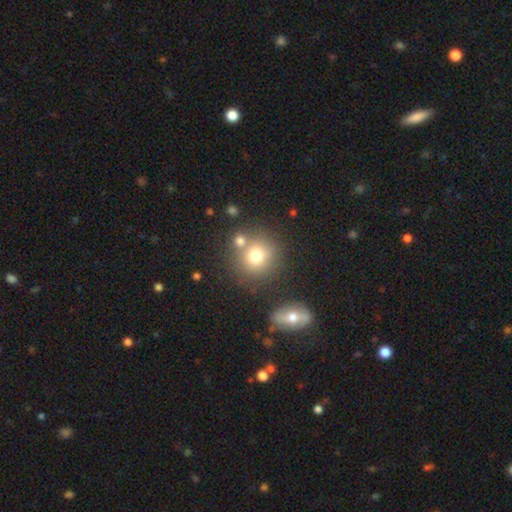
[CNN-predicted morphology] Smooth or featured?
  - smooth: 74% *
  - featured or disk: 13%
  - star or artifact: 13%
How rounded?
  - round: 90% *
  - in between: 9%
  - cigar-shaped: 1%
Merging?
  - none: 65% *
  - merger: 21%
  - minor disturbance: 10%
  - major disturbance: 4%